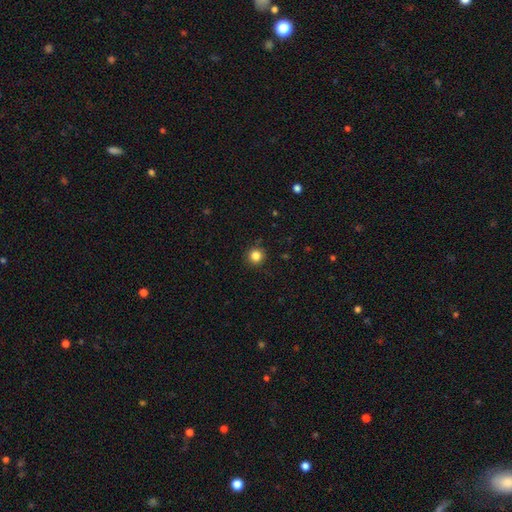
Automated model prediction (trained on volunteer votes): Smooth or featured: smooth — 84% (star or artifact — 12%)
How rounded: round — 94% (in between — 5%)
Merging: none — 91% (minor disturbance — 6%)